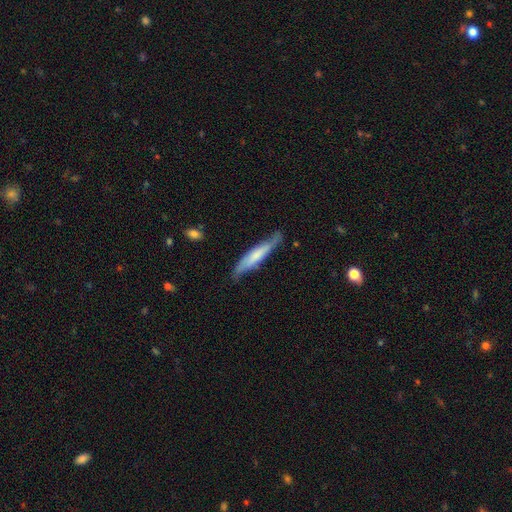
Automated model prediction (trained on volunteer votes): Morphology: type=smooth (52%); roundness=cigar-shaped (88%); merging=none (69%).